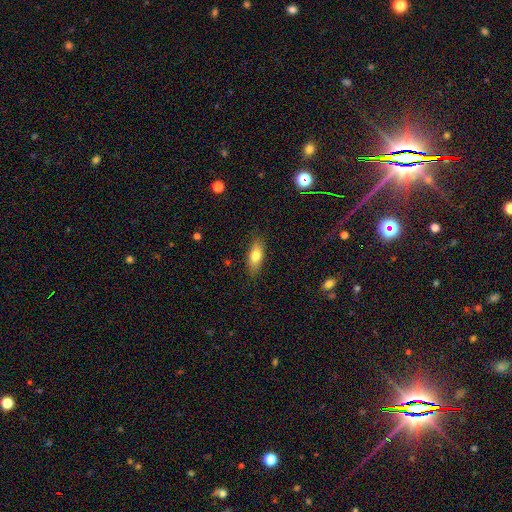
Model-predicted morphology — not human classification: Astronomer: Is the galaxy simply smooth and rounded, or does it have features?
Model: smooth — 76%.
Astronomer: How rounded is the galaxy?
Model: in between — 75%.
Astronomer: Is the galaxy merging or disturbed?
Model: none — 85%.